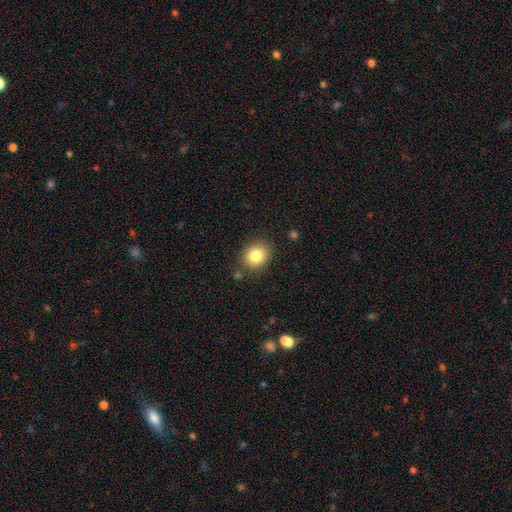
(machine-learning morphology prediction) smooth 84%, star or artifact 9%, featured or disk 7%. Down the decision tree: how rounded — round (64%); merging — none (82%).